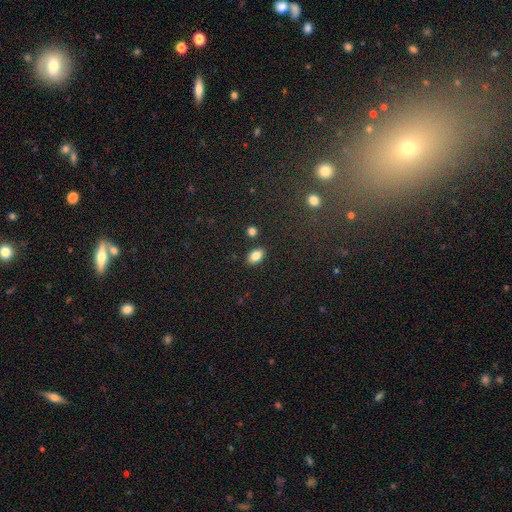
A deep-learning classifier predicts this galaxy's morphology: This is clearly a smooth galaxy (83%). How rounded: clearly in between (88%). Merging: clearly none (85%).